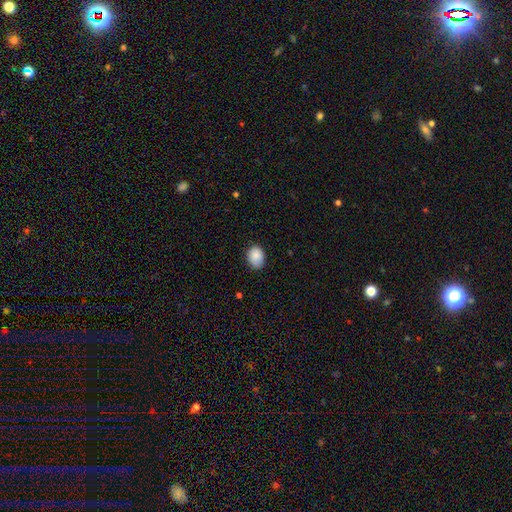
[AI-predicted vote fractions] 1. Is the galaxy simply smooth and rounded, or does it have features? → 88% smooth, 8% star or artifact, 5% featured or disk.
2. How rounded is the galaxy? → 66% in between, 33% round, 1% cigar-shaped.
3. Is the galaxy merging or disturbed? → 81% none, 16% minor disturbance, 3% major disturbance, 1% merger.